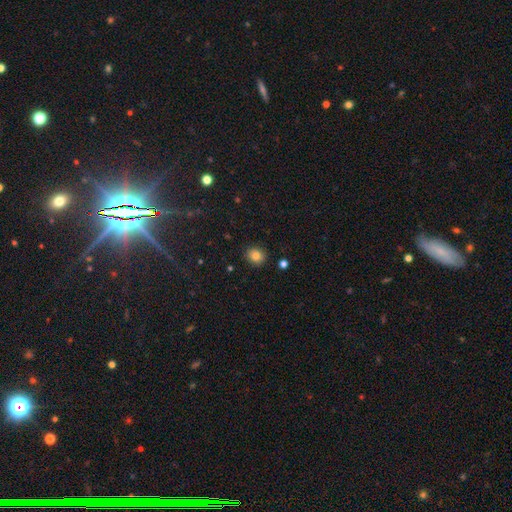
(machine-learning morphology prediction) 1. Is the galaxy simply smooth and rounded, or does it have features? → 83% smooth, 11% star or artifact, 6% featured or disk.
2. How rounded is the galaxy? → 75% round, 24% in between, 1% cigar-shaped.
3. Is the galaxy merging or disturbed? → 89% none, 7% minor disturbance, 2% major disturbance, 1% merger.